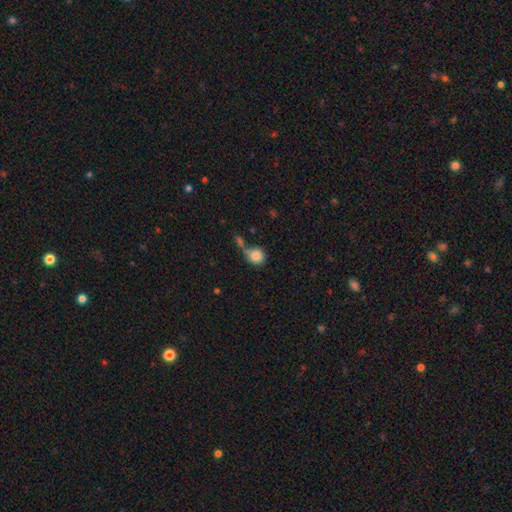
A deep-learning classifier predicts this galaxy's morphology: This appears to be a smooth galaxy with no disk features (83%) that is round (86%). Merging: none (40%).